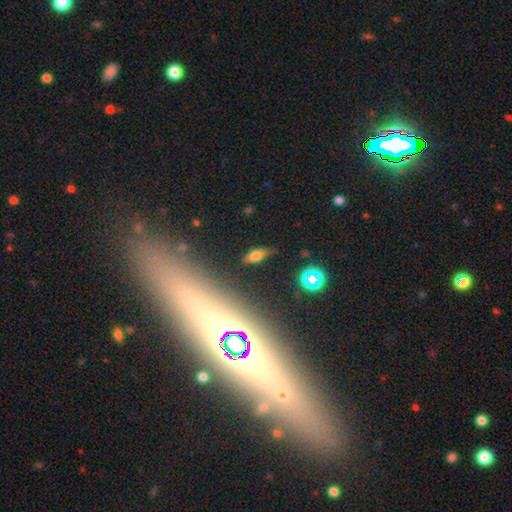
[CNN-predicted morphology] A smooth galaxy with no disk features (62%) that is in between round and cigar-shaped (72%). Merging: none (80%).